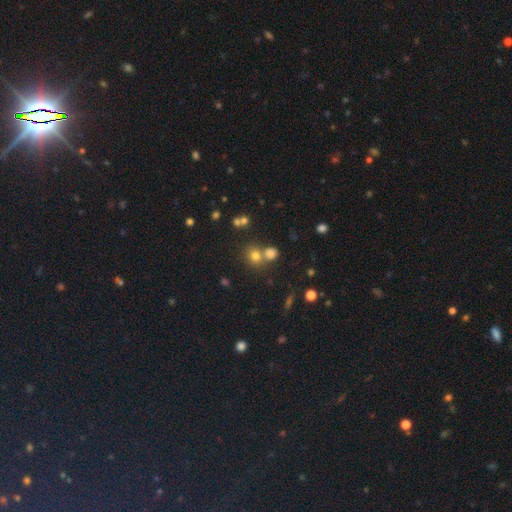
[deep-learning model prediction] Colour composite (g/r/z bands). It shows a smooth galaxy with no disk features (65%) that is round (81%). Merging: none (60%).